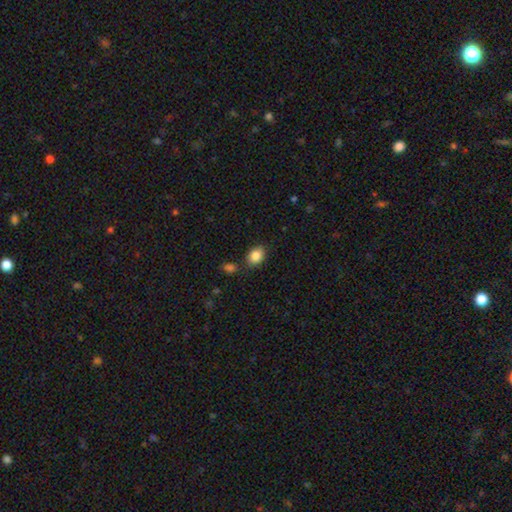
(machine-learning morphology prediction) A smooth galaxy with no disk features (86%) that is in between round and cigar-shaped (69%). Merging: none (79%).